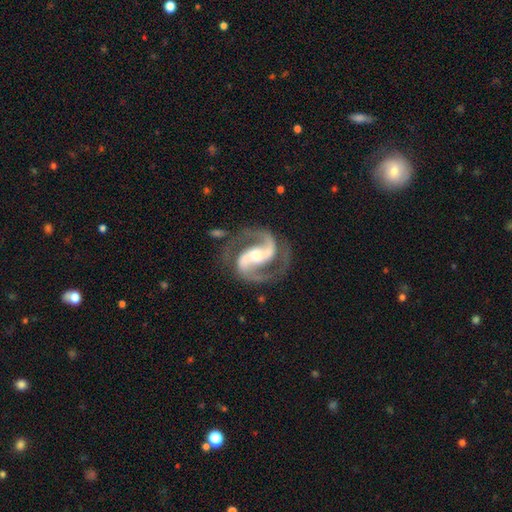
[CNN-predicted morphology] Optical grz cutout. It shows a featured or disk galaxy (93%) with a strong bar (43%), 2 (94%) medium (67%) spiral arms (98%) and a moderate central bulge (56%). Merging: none (77%).